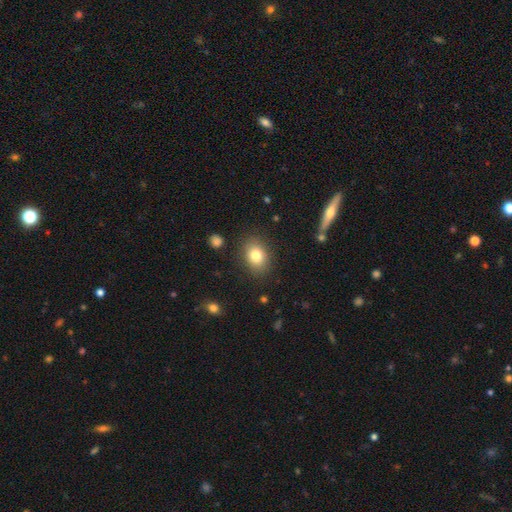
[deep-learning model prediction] Smooth or featured?
  - smooth: 80% *
  - featured or disk: 11%
  - star or artifact: 10%
How rounded?
  - in between: 64% *
  - round: 35%
  - cigar-shaped: 1%
Merging?
  - none: 85% *
  - minor disturbance: 10%
  - major disturbance: 3%
  - merger: 2%